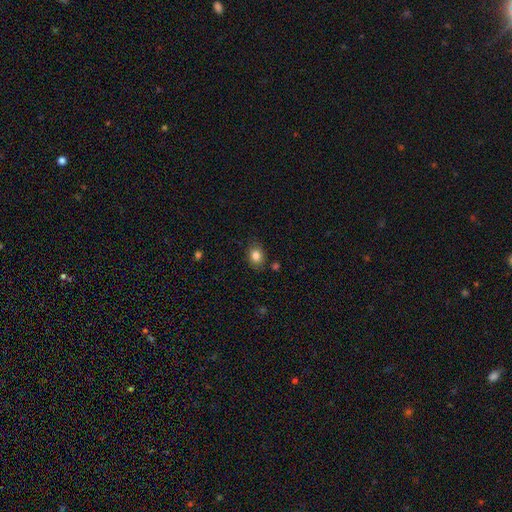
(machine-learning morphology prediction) A smooth galaxy with no disk features (83%) that is in between round and cigar-shaped (51%). Merging: none (81%).